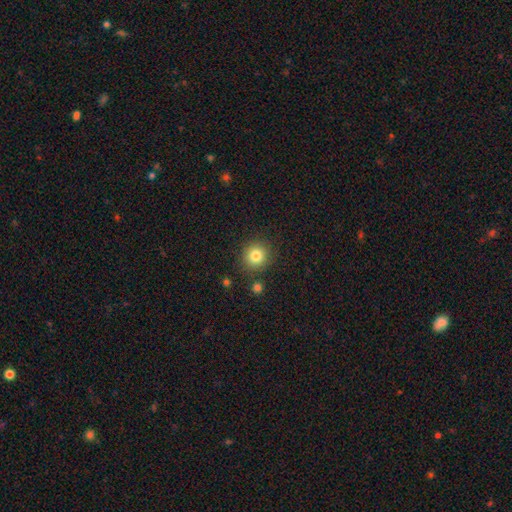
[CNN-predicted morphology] Smooth or featured? smooth (82%)
How rounded? round (90%)
Merging? none (86%)